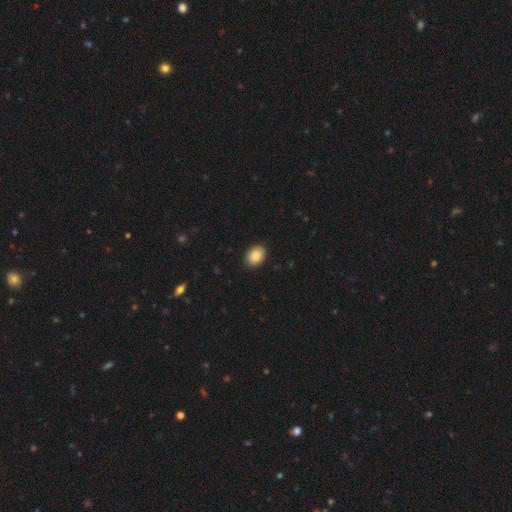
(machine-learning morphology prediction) This is clearly a smooth galaxy (88%). How rounded: likely in between (67%). Merging: clearly none (90%).